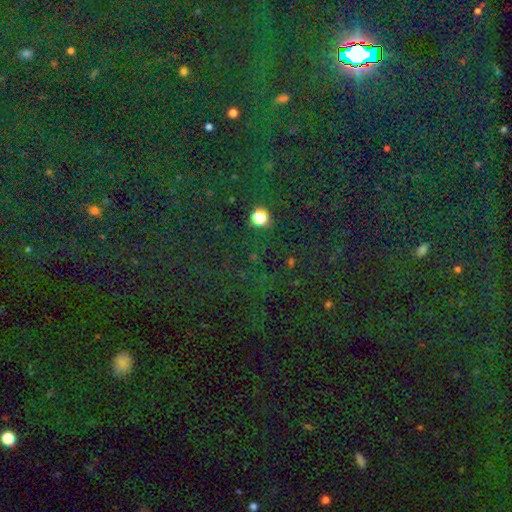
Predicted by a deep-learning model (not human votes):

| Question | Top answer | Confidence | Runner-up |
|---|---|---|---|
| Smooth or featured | star or artifact | 80% | smooth (13%) |